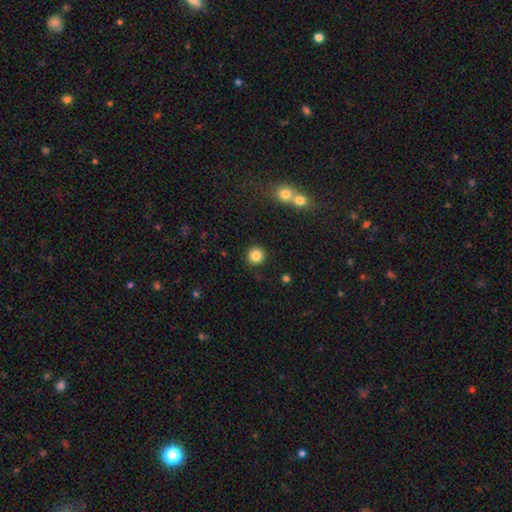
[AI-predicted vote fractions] Morphology: type=smooth (85%); roundness=round (94%); merging=none (91%).